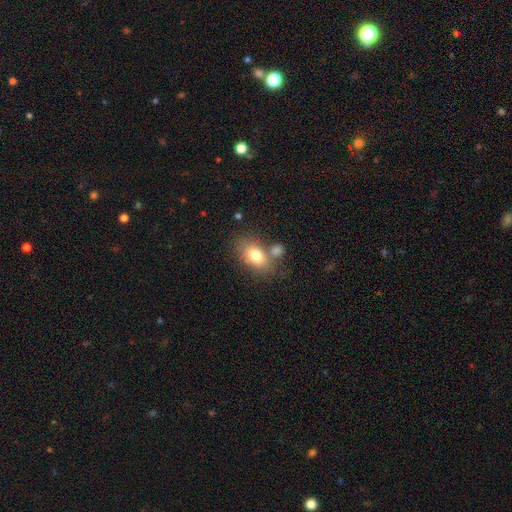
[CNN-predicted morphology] smooth 76%, featured or disk 15%, star or artifact 9%. Down the decision tree: how rounded — in between (83%); merging — none (55%).